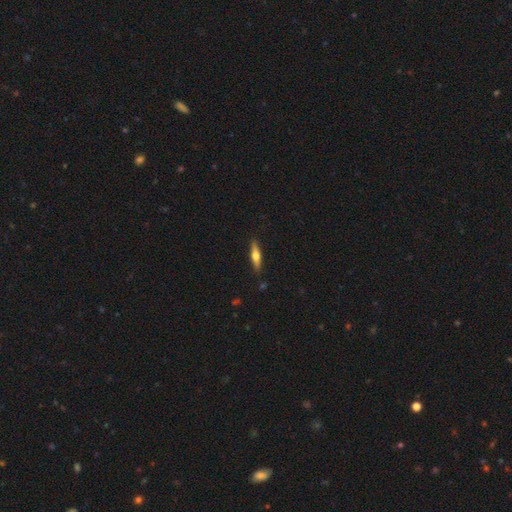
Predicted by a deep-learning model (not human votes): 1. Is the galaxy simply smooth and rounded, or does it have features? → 48% smooth, 47% featured or disk, 6% star or artifact.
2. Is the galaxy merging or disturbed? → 88% none, 9% minor disturbance, 2% major disturbance, 1% merger.